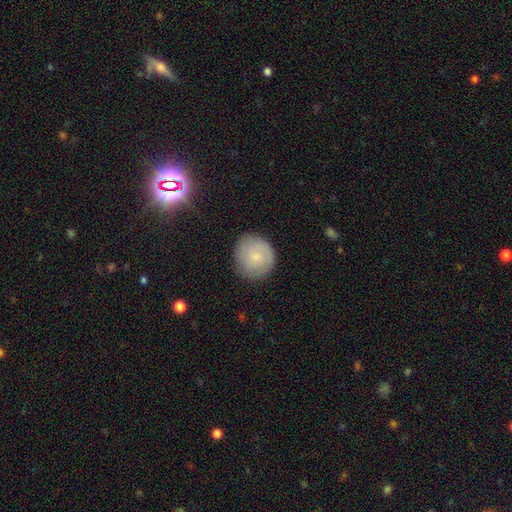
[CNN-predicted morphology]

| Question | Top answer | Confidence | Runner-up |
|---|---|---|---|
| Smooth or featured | smooth | 64% | featured or disk (29%) |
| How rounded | round | 87% | in between (12%) |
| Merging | none | 82% | minor disturbance (13%) |